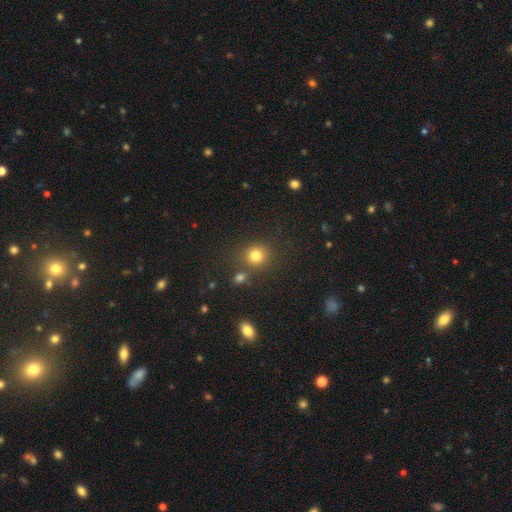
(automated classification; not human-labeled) Morphology: type=smooth (79%); roundness=round (87%); merging=none (74%).